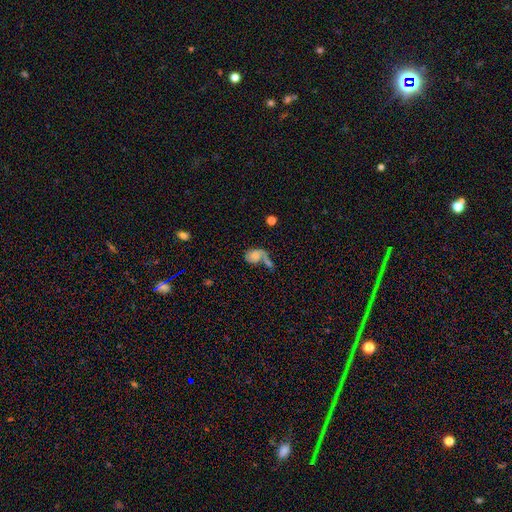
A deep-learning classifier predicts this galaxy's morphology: smooth 54%, featured or disk 35%, star or artifact 11%. Down the decision tree: how rounded — in between (70%); merging — merger (42%).